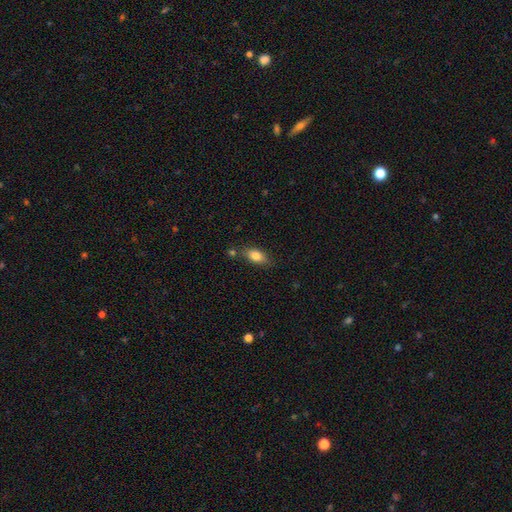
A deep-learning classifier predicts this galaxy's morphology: smooth-or-featured: smooth: 82% | featured or disk: 10% | star or artifact: 8%
  how-rounded: in between: 86% | cigar-shaped: 8% | round: 7%
  merging: none: 71% | minor disturbance: 17% | merger: 9% | major disturbance: 4%